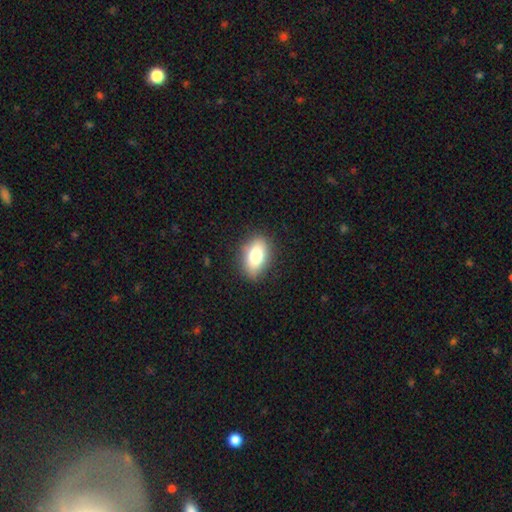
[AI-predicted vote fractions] Smooth or featured?
  - smooth: 77% *
  - featured or disk: 15%
  - star or artifact: 8%
How rounded?
  - in between: 85% *
  - round: 12%
  - cigar-shaped: 3%
Merging?
  - none: 85% *
  - minor disturbance: 11%
  - major disturbance: 3%
  - merger: 1%